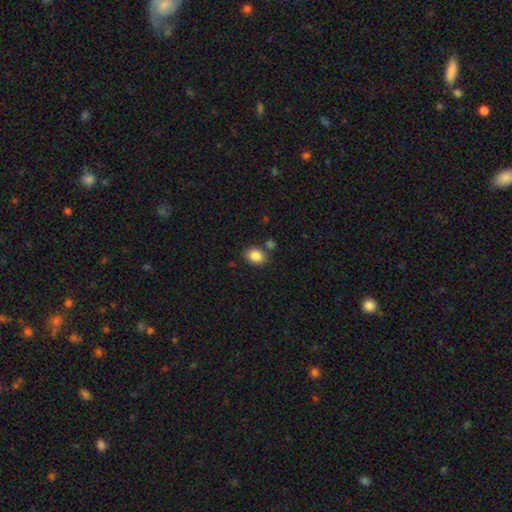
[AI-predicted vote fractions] This appears to be a smooth galaxy with no disk features (86%) that is in between round and cigar-shaped (51%). Merging: none (76%).